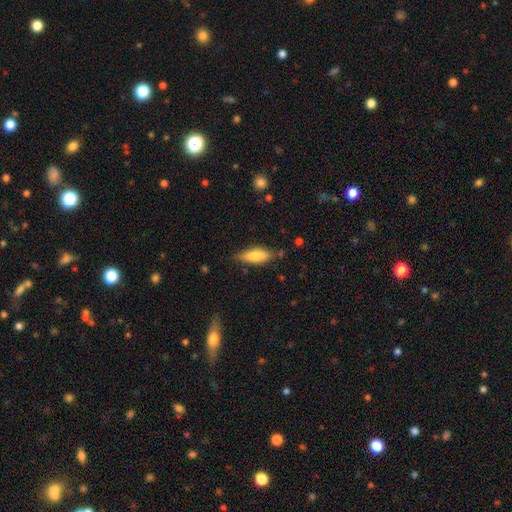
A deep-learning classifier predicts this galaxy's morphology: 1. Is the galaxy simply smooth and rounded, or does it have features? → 74% smooth, 19% featured or disk, 6% star or artifact.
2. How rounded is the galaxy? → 59% in between, 39% cigar-shaped, 2% round.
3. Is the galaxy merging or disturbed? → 73% none, 21% minor disturbance, 4% major disturbance, 2% merger.